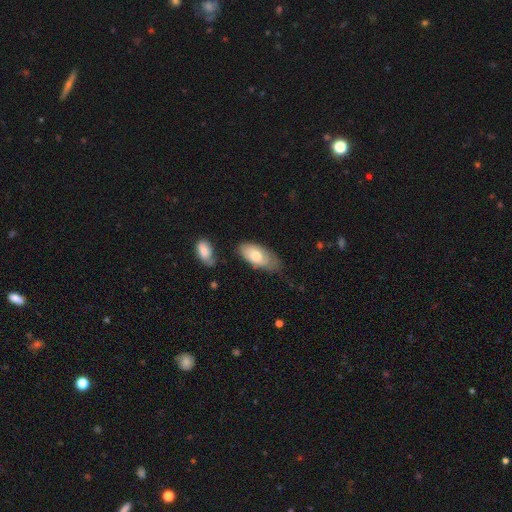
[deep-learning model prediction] This appears to be a smooth galaxy with no disk features (72%) that is in between round and cigar-shaped (91%). Merging: none (56%).